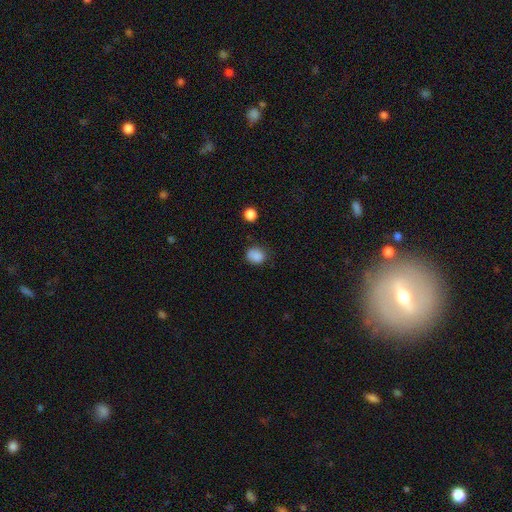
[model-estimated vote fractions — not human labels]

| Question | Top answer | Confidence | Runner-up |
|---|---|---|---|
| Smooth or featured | smooth | 86% | star or artifact (10%) |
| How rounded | round | 63% | in between (36%) |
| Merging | none | 76% | minor disturbance (17%) |